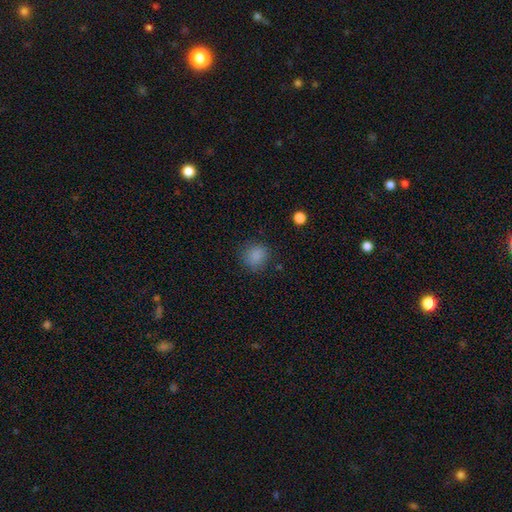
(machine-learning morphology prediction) Smooth or featured?
  - smooth: 84% *
  - star or artifact: 12%
  - featured or disk: 4%
How rounded?
  - round: 81% *
  - in between: 18%
  - cigar-shaped: 1%
Merging?
  - none: 82% *
  - minor disturbance: 12%
  - major disturbance: 4%
  - merger: 1%